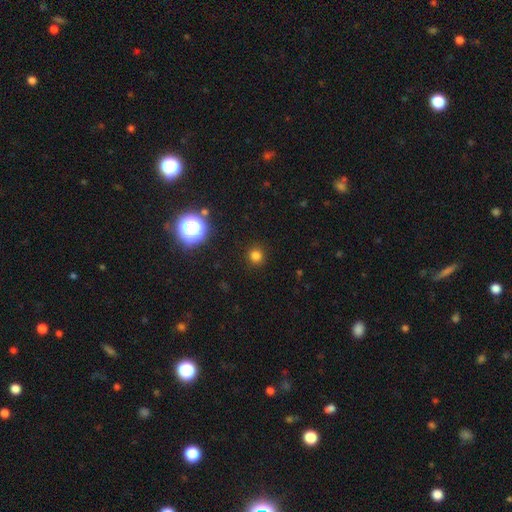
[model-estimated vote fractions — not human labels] Smooth or featured: smooth — 77% (star or artifact — 18%)
How rounded: round — 92% (in between — 7%)
Merging: none — 91% (minor disturbance — 5%)